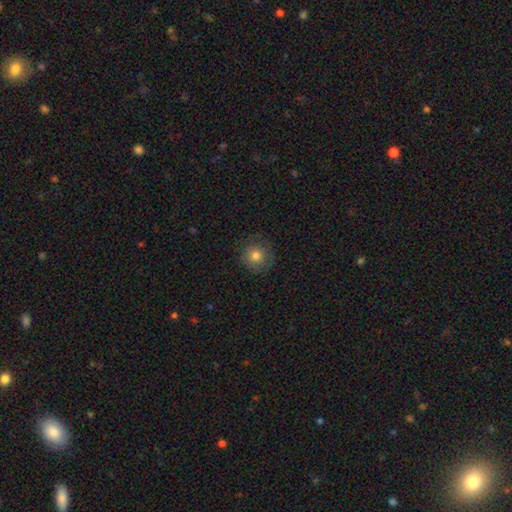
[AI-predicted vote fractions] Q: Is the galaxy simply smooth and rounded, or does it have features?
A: smooth — 79%.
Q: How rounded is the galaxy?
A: round — 93%.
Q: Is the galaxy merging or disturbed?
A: none — 84%.